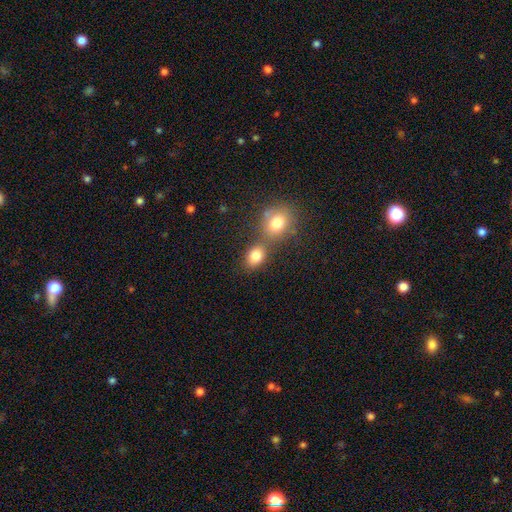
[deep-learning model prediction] The model was most divided on "merging": none: 52%, merger: 34%, minor disturbance: 10%, major disturbance: 4%. More confident: smooth or featured — smooth (81%); how rounded — in between (64%).